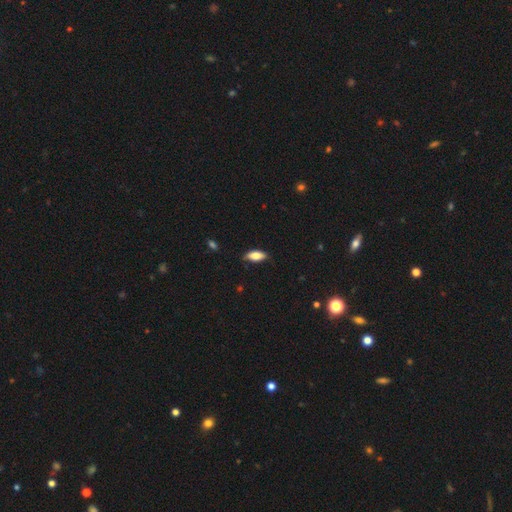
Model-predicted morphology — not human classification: Smooth or featured?
  - smooth: 80% *
  - featured or disk: 13%
  - star or artifact: 7%
How rounded?
  - in between: 81% *
  - cigar-shaped: 16%
  - round: 2%
Merging?
  - none: 81% *
  - minor disturbance: 16%
  - major disturbance: 3%
  - merger: 1%